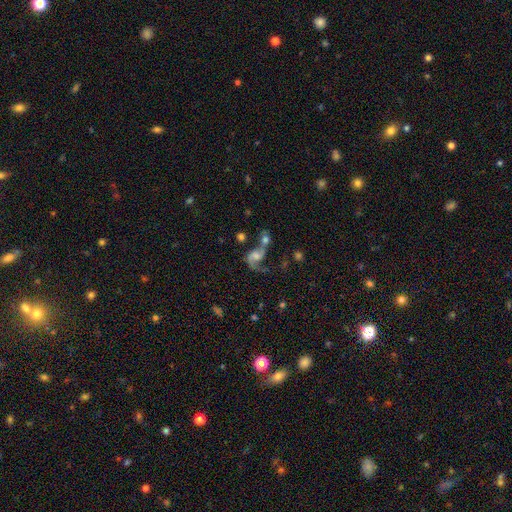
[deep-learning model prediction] A featured or disk galaxy (68%) with no bar (63%), 2 (57%) loose (68%) spiral arms (85%) and a moderate central bulge (37%).

Vote fractions:
- Smooth or featured? featured or disk: 68% / smooth: 21% / star or artifact: 11%
- Edge-on disk? no: 97% / yes: 3%
- Bar? no: 63% / weak: 29% / strong: 8%
- Spiral arms? yes: 85% / no: 15%
- Spiral winding? loose: 68% / medium: 26% / tight: 6%
- Spiral arm count? 2: 57% / 1: 36% / can't tell: 4% / 3: 1% / 4: 1% / more than 4: 1%
- Bulge size? moderate: 37% / small: 24% / none: 19% / large: 17% / dominant: 3%
- Merging? merger: 54% / none: 19% / major disturbance: 19% / minor disturbance: 8%